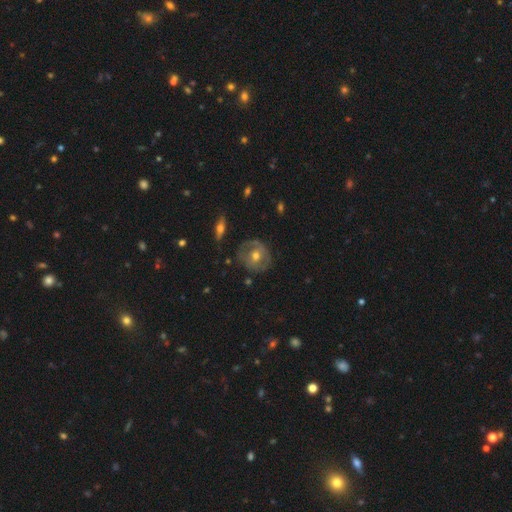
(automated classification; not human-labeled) Smooth or featured? featured or disk (58%)
Edge-on disk? no (93%)
Bar? no (64%)
Spiral arms? no (64%)
Bulge size? moderate (71%)
Merging? none (72%)